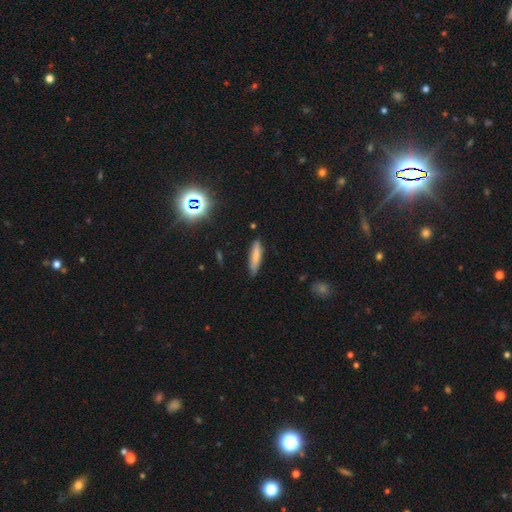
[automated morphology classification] Smooth or featured? smooth (77%)
How rounded? cigar-shaped (82%)
Merging? none (84%)